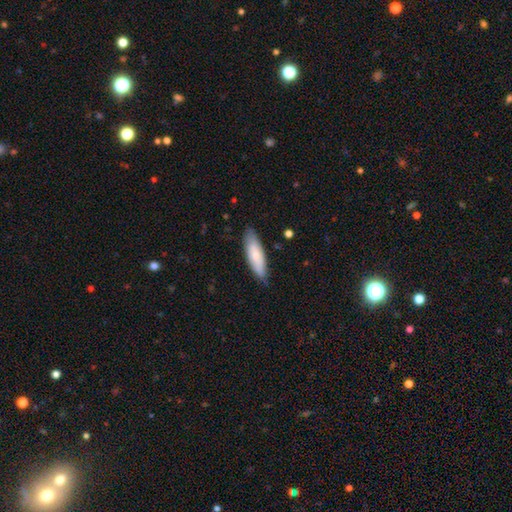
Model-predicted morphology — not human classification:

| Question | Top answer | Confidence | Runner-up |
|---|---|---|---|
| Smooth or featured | smooth | 72% | featured or disk (23%) |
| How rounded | in between | 51% | cigar-shaped (47%) |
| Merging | none | 80% | minor disturbance (17%) |